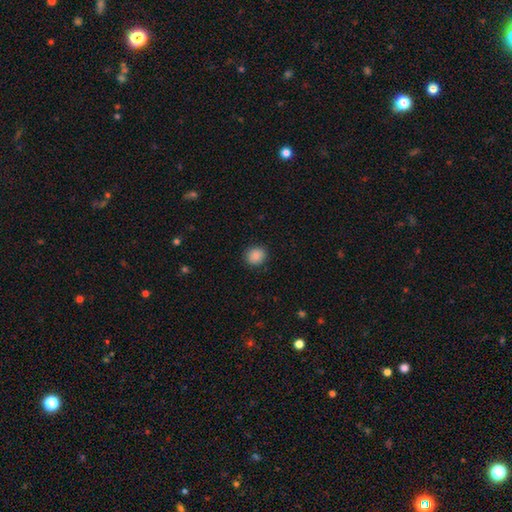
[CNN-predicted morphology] smooth_or_featured: smooth (p=0.88) [alt: star or artifact p=0.09]
how_rounded: round (p=0.82) [alt: in between p=0.17]
merging: none (p=0.89) [alt: minor disturbance p=0.08]